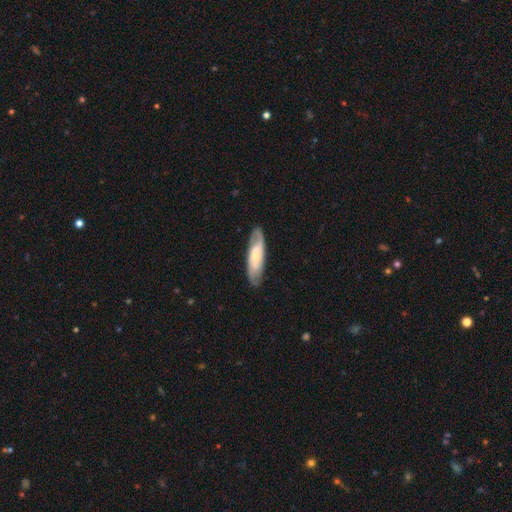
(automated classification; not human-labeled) Morphology: type=featured or disk (57%); edge-on=no (77%); merging=none (81%).